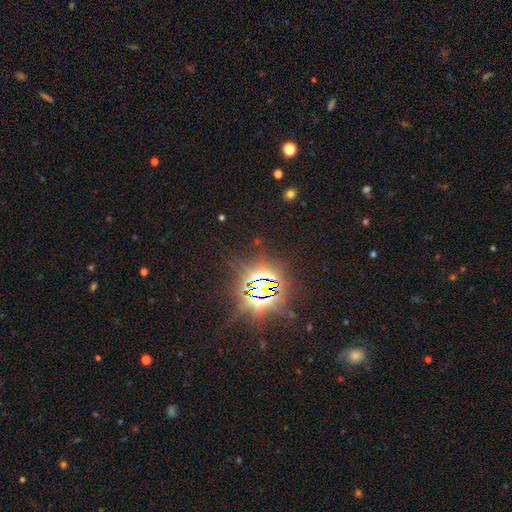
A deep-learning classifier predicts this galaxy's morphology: A star or artifact, not a galaxy (87%).